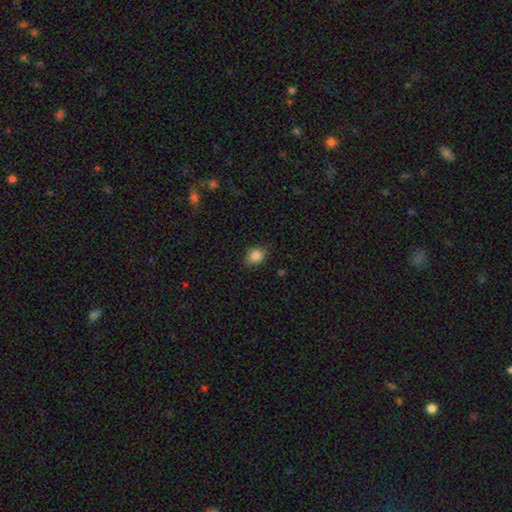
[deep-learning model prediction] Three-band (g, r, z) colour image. It shows a smooth galaxy with no disk features (85%) that is round (50%). Merging: none (79%).